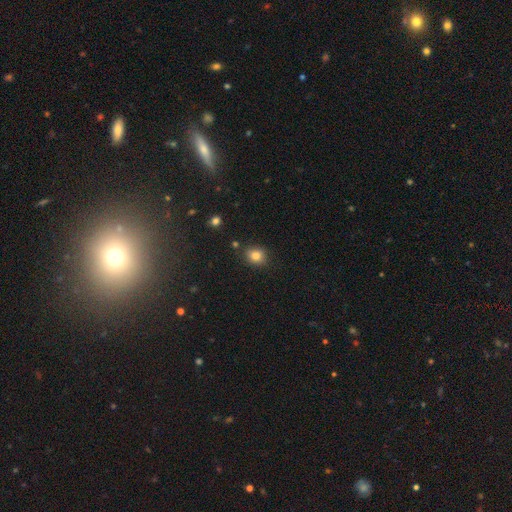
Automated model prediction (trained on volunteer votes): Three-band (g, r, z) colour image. It shows a smooth galaxy with no disk features (81%) that is round (63%). Merging: none (83%).